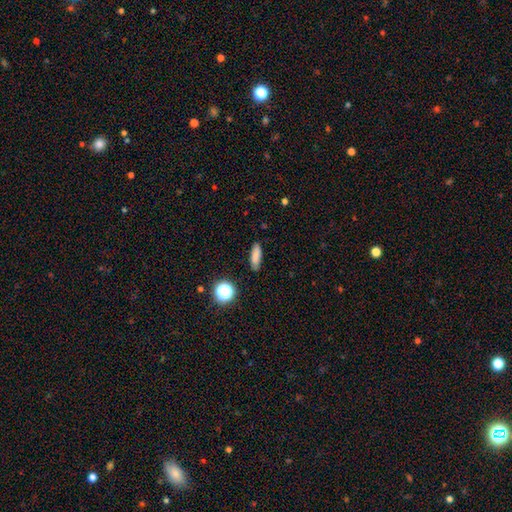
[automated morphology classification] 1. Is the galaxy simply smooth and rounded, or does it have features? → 82% smooth, 11% star or artifact, 7% featured or disk.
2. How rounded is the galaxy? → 51% cigar-shaped, 43% in between, 5% round.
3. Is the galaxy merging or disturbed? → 86% none, 10% minor disturbance, 3% major disturbance, 2% merger.